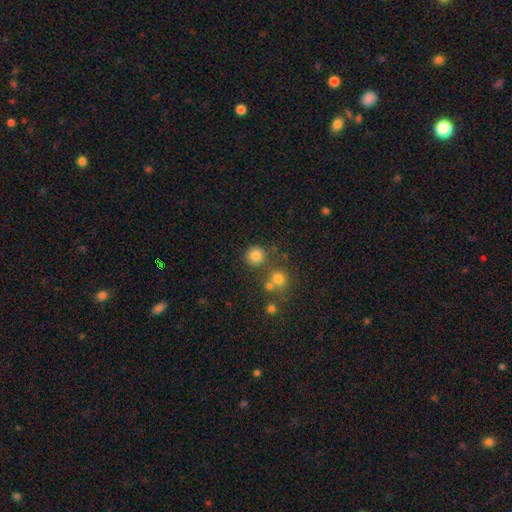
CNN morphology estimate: Overall: smooth (80%). How rounded: round (93%). Merging: none (77%).